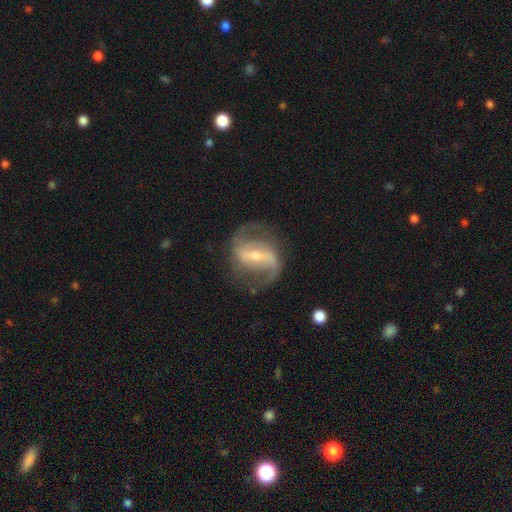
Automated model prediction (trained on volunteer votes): Smooth or featured?
  - featured or disk: 89% *
  - star or artifact: 5%
  - smooth: 5%
Edge-on disk?
  - no: 96% *
  - yes: 4%
Bar?
  - strong: 54% *
  - weak: 34%
  - no: 12%
Spiral arms?
  - yes: 95% *
  - no: 5%
Spiral winding?
  - loose: 49% *
  - medium: 42%
  - tight: 10%
Spiral arm count?
  - 2: 90% *
  - can't tell: 3%
  - 1: 3%
  - 3: 2%
  - 4: 1%
  - more than 4: 1%
Bulge size?
  - small: 59% *
  - moderate: 36%
  - none: 2%
  - large: 2%
  - dominant: 1%
Merging?
  - none: 75% *
  - minor disturbance: 14%
  - major disturbance: 9%
  - merger: 2%